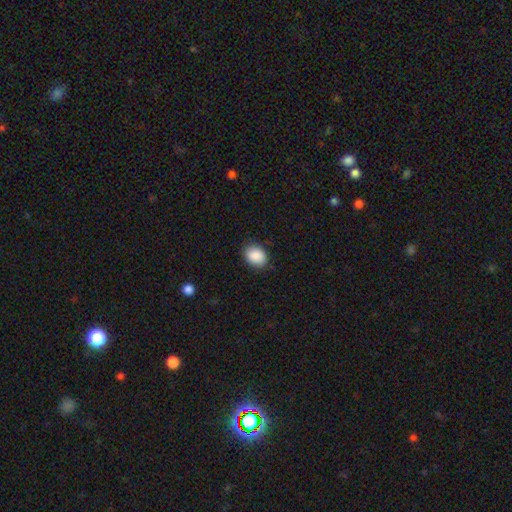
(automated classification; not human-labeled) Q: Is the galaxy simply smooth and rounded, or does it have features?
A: smooth — 89%.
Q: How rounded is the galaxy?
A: in between — 61%.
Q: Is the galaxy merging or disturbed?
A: none — 85%.